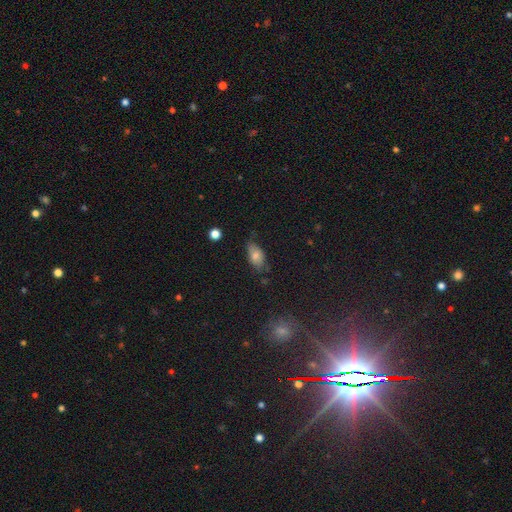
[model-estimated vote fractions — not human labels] Smooth or featured?
  - smooth: 73% *
  - featured or disk: 17%
  - star or artifact: 10%
How rounded?
  - in between: 89% *
  - round: 6%
  - cigar-shaped: 5%
Merging?
  - none: 61% *
  - minor disturbance: 30%
  - major disturbance: 7%
  - merger: 2%